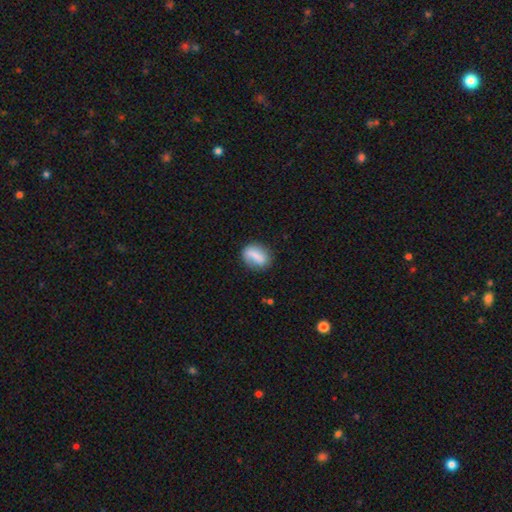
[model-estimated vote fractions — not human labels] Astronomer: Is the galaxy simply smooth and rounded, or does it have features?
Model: smooth — 67%.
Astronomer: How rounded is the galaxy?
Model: in between — 67%.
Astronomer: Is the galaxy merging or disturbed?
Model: none — 75%.